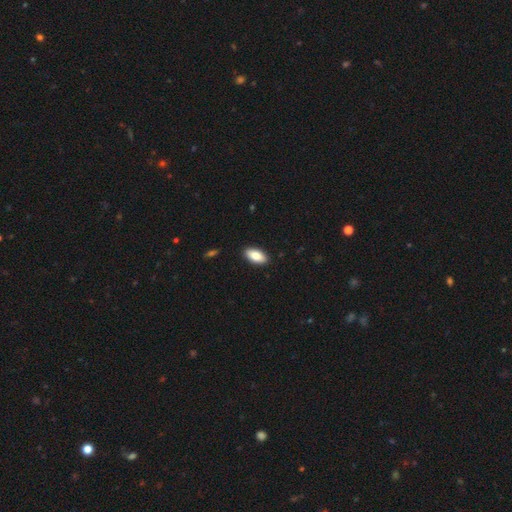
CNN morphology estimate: Smooth or featured: smooth — 85% (featured or disk — 9%)
How rounded: in between — 91% (cigar-shaped — 7%)
Merging: none — 90% (minor disturbance — 7%)